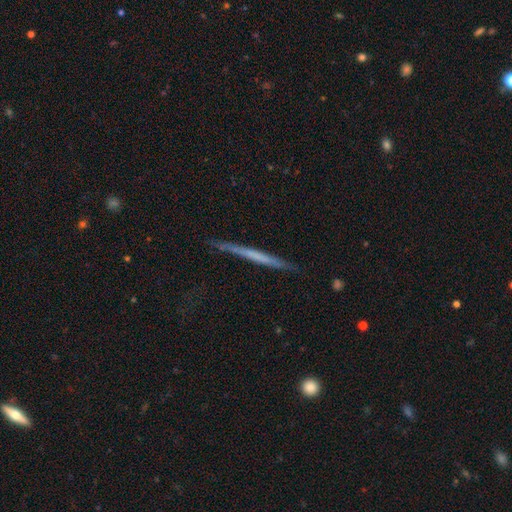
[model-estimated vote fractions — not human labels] This is possibly a featured or disk galaxy (53%). It is clearly viewed edge-on (96%). Edge-on bulge: clearly none (88%). Merging: clearly none (84%).